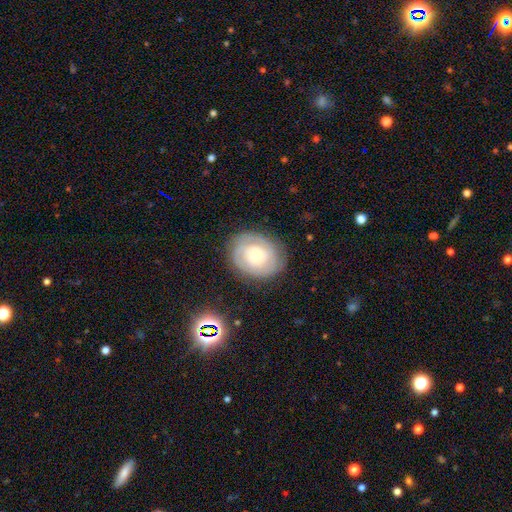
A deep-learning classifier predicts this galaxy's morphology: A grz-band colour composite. It shows a featured or disk galaxy (61%) with no bar (83%), spiral arms (74%) and a small central bulge (59%). Merging: none (80%).